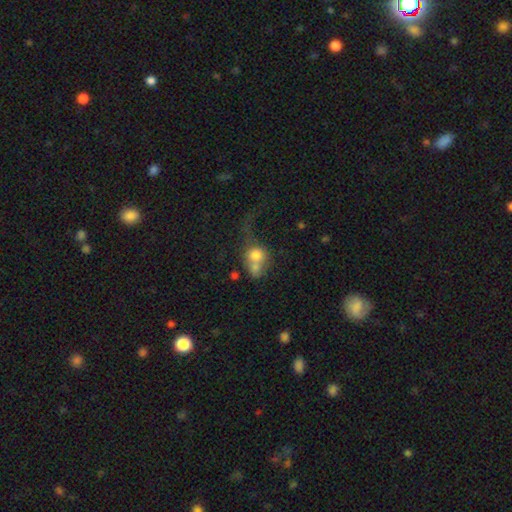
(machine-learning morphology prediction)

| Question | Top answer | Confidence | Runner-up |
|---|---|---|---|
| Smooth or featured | smooth | 67% | featured or disk (22%) |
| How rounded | round | 67% | in between (31%) |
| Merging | merger | 53% | none (18%) |